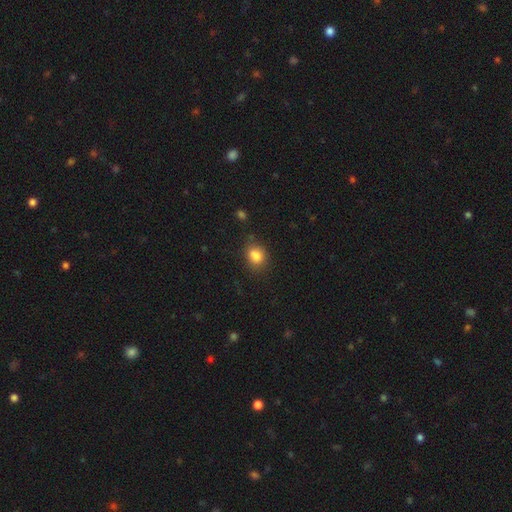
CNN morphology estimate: Smooth or featured: smooth — 83% (star or artifact — 11%)
How rounded: round — 54% (in between — 45%)
Merging: none — 72% (minor disturbance — 19%)